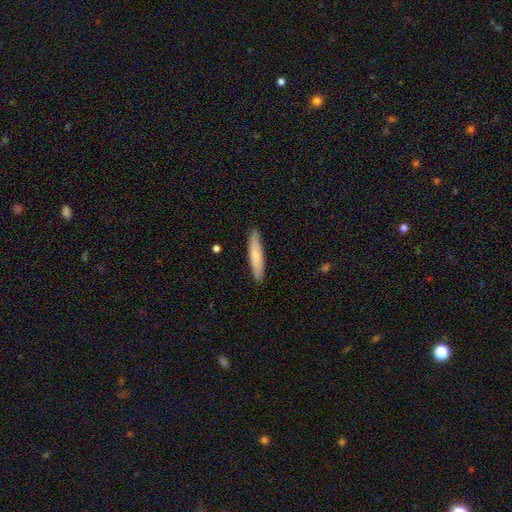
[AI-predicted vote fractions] Smooth or featured? smooth (75%)
How rounded? cigar-shaped (83%)
Merging? none (89%)